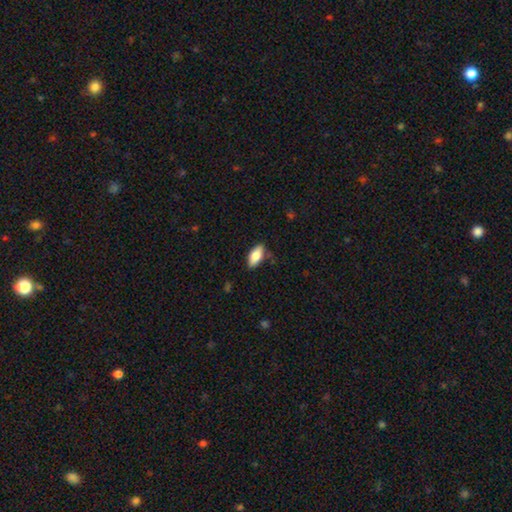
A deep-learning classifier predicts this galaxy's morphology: This appears to be a smooth galaxy with no disk features (75%) that is in between round and cigar-shaped (83%). Merging: none (82%).